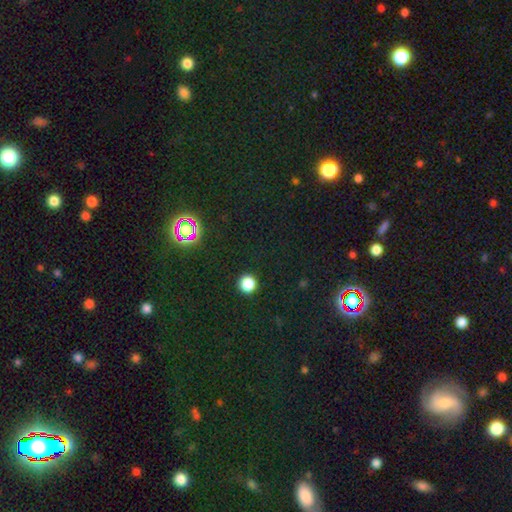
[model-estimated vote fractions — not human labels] A star or artifact, not a galaxy (69%).